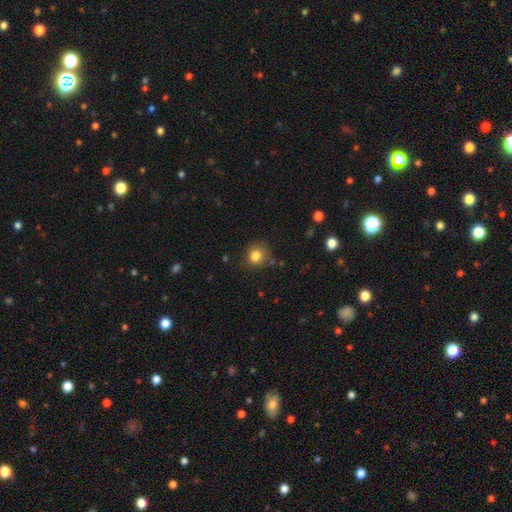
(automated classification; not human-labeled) Morphology: type=smooth (83%); roundness=round (82%); merging=none (79%).